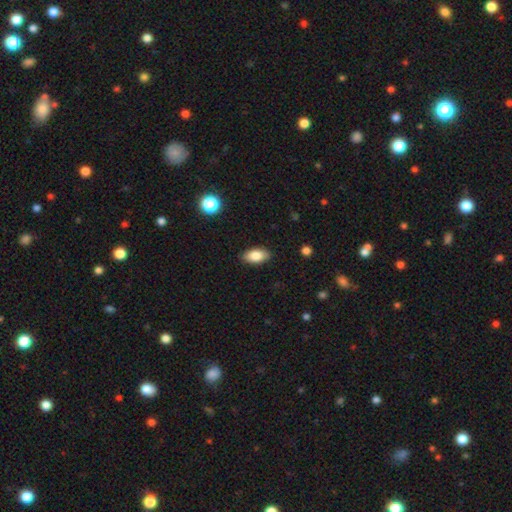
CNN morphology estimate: Overall: smooth (83%). How rounded: in between (92%). Merging: none (88%).